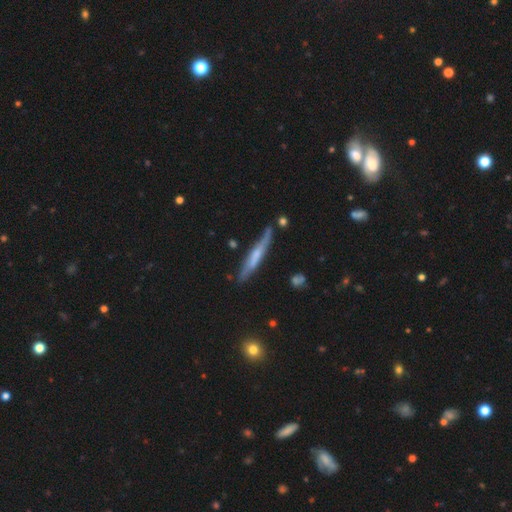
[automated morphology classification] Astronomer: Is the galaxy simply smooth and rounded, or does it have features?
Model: featured or disk — 53% (runner-up: smooth, 41%).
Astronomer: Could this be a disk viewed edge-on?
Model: yes — 90%.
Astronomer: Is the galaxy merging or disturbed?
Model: none — 75%.